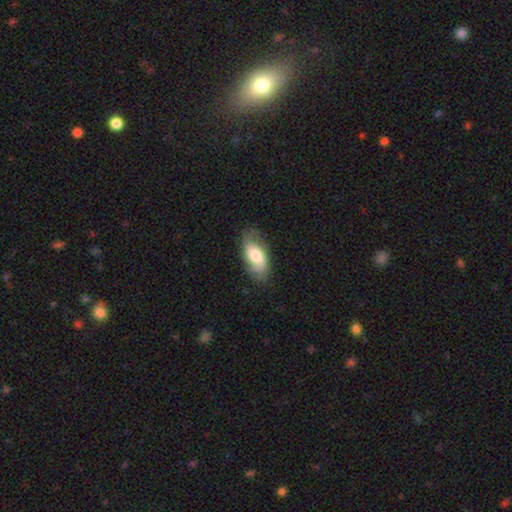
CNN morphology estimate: A smooth galaxy with no disk features (52%) that is in between round and cigar-shaped (90%). Merging: none (67%).